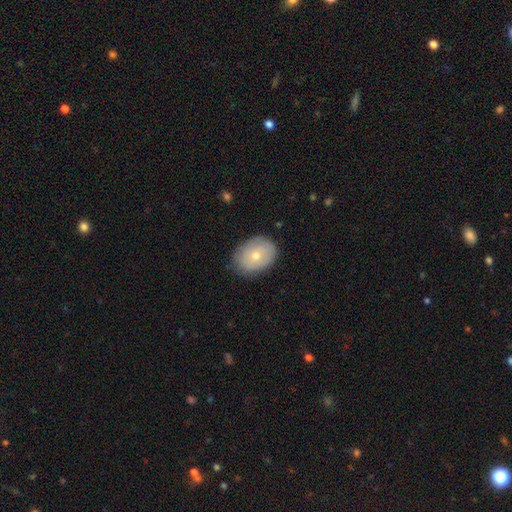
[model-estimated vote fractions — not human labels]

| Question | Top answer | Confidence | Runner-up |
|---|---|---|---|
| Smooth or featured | smooth | 66% | featured or disk (27%) |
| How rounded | in between | 70% | round (29%) |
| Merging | none | 80% | minor disturbance (16%) |